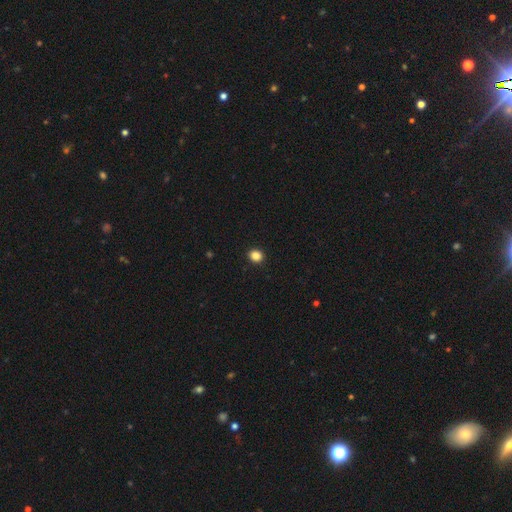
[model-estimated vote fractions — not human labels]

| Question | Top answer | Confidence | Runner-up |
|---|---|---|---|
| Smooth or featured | smooth | 86% | star or artifact (11%) |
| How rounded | round | 75% | in between (25%) |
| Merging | none | 92% | minor disturbance (5%) |